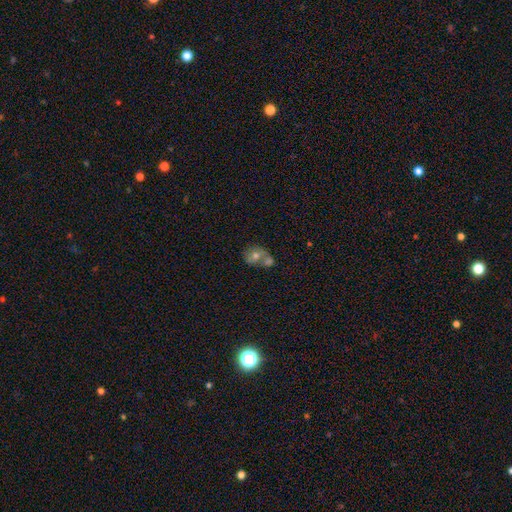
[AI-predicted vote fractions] Smooth or featured?
  - smooth: 58% *
  - featured or disk: 31%
  - star or artifact: 11%
How rounded?
  - round: 57% *
  - in between: 41%
  - cigar-shaped: 1%
Merging?
  - merger: 57% *
  - none: 27%
  - minor disturbance: 11%
  - major disturbance: 6%